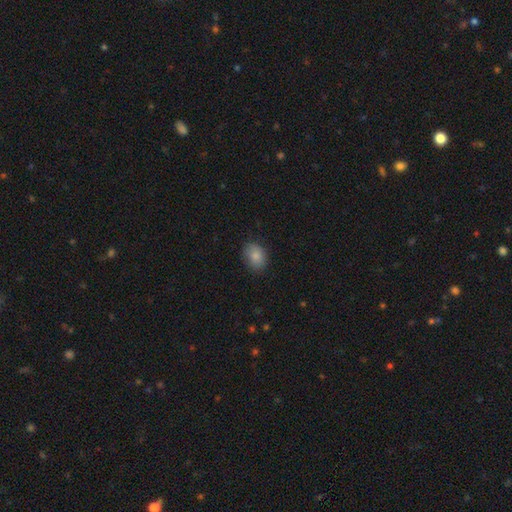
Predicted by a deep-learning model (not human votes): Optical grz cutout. It shows a smooth galaxy with no disk features (85%) that is in between round and cigar-shaped (61%). Merging: none (80%).